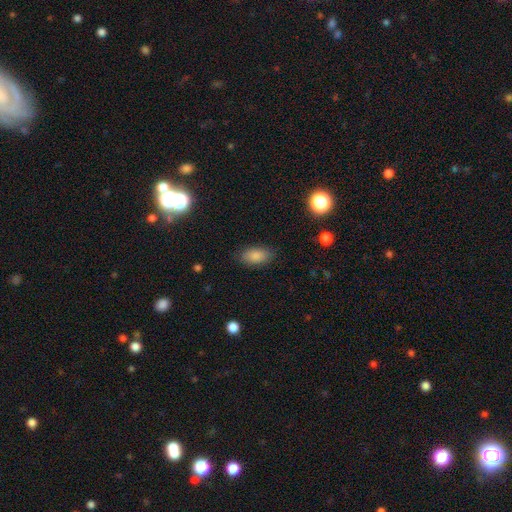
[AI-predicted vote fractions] Overall: smooth (86%). How rounded: in between (92%). Merging: none (85%).